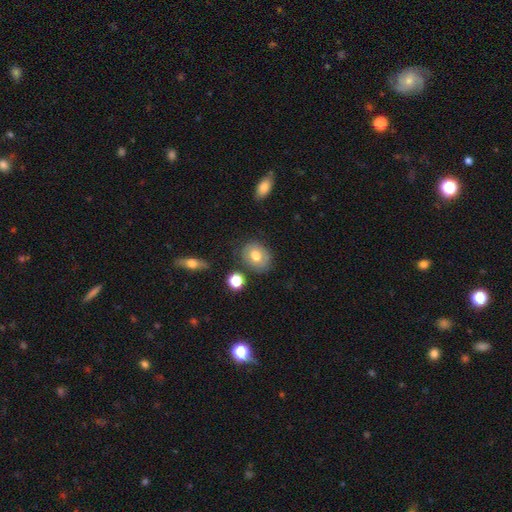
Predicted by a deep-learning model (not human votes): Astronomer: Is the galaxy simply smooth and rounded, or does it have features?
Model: smooth — 65%.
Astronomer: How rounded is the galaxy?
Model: round — 53% (runner-up: in between, 46%).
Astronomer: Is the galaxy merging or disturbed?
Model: none — 77%.